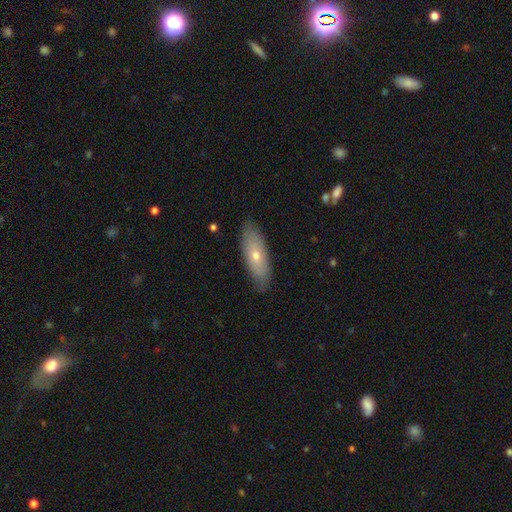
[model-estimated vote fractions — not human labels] This is possibly a smooth galaxy (58%). How rounded: possibly in between (59%). Merging: clearly none (85%).